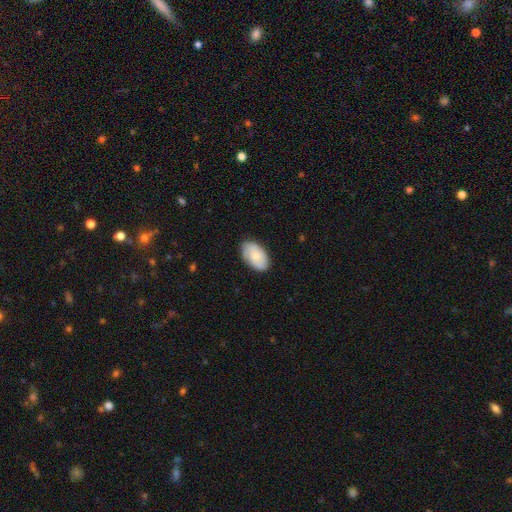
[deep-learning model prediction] smooth_or_featured: smooth (p=0.79) [alt: featured or disk p=0.16]
how_rounded: in between (p=0.94) [alt: round p=0.04]
merging: none (p=0.82) [alt: minor disturbance p=0.14]